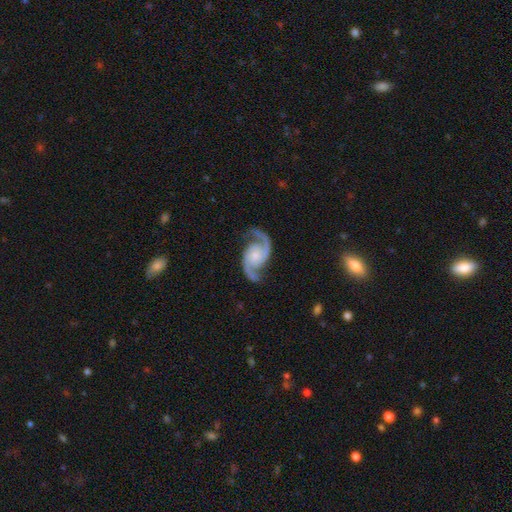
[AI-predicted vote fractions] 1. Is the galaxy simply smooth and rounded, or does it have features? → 94% featured or disk, 4% star or artifact, 2% smooth.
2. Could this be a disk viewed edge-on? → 98% no, 2% yes.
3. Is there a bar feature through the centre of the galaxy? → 68% no, 25% weak, 7% strong.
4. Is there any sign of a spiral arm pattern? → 99% yes, 1% no.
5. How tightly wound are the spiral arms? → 58% medium, 23% loose, 18% tight.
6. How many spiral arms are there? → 94% 2, 1% 3, 1% can't tell, 1% 1, 1% 4, 1% more than 4.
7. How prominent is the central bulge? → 47% small, 40% moderate, 7% none, 4% large, 1% dominant.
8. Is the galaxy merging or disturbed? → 80% none, 14% minor disturbance, 5% major disturbance, 2% merger.